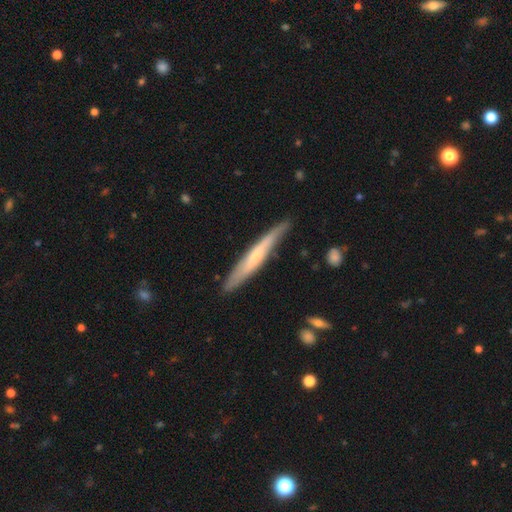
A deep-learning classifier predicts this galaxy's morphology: A featured or disk galaxy (51%) viewed edge-on (89%).

Vote fractions:
- Smooth or featured? featured or disk: 51% / smooth: 43% / star or artifact: 5%
- Edge-on disk? yes: 89% / no: 11%
- Merging? none: 81% / minor disturbance: 14% / major disturbance: 3% / merger: 2%